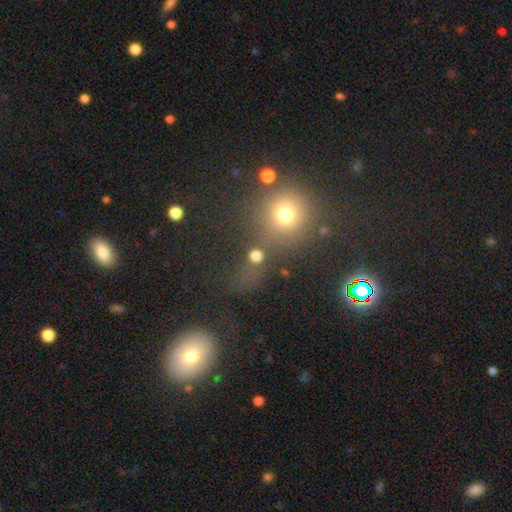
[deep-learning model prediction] Morphology: type=smooth (68%); roundness=round (82%); merging=none (62%).